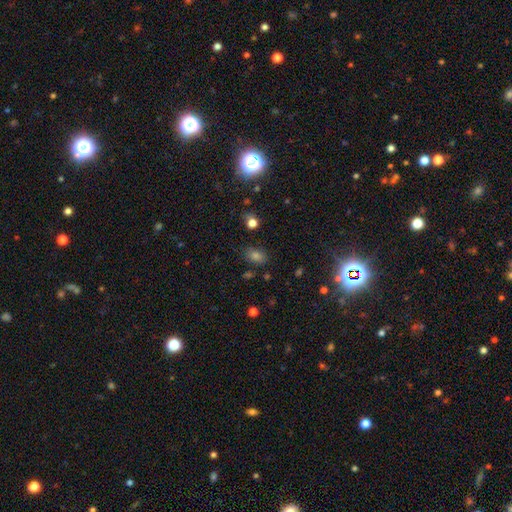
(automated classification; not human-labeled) smooth-or-featured: smooth: 64% | star or artifact: 28% | featured or disk: 7%
  how-rounded: in between: 82% | round: 16% | cigar-shaped: 2%
  merging: none: 83% | minor disturbance: 11% | major disturbance: 3% | merger: 3%